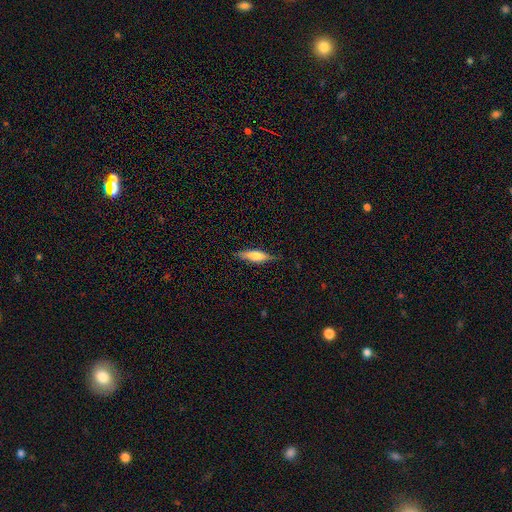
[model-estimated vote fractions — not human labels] The model was most divided on "smooth or featured": smooth: 60%, featured or disk: 34%, star or artifact: 6%. More confident: merging — none (82%); how rounded — cigar-shaped (67%).